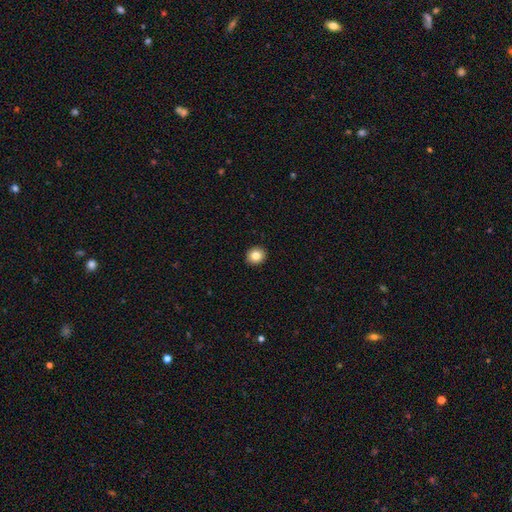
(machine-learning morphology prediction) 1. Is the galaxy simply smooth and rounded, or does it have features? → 83% smooth, 10% star or artifact, 7% featured or disk.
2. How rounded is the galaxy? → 82% round, 17% in between, 1% cigar-shaped.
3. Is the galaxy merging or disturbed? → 93% none, 5% minor disturbance, 1% major disturbance, 1% merger.